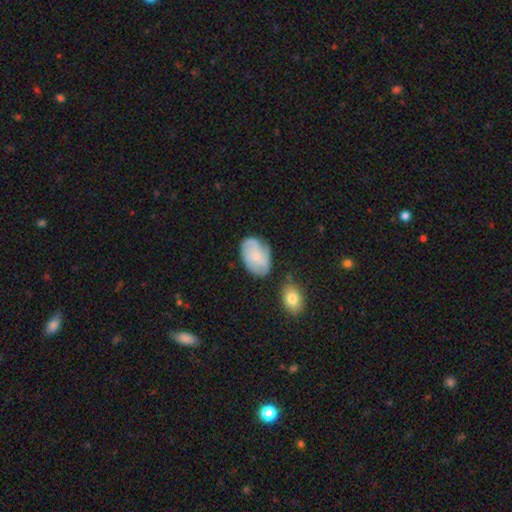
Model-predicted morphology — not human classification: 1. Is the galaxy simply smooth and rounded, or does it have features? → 60% featured or disk, 33% smooth, 7% star or artifact.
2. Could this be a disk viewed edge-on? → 97% no, 3% yes.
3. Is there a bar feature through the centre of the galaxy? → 77% no, 20% weak, 3% strong.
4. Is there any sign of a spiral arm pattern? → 87% yes, 13% no.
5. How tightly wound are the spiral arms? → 49% tight, 37% medium, 14% loose.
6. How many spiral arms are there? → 31% can't tell, 30% 3, 21% 2, 9% 4, 5% 1, 4% more than 4.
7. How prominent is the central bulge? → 71% small, 17% moderate, 9% none, 2% large, 1% dominant.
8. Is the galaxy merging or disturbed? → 67% none, 22% minor disturbance, 6% major disturbance, 4% merger.